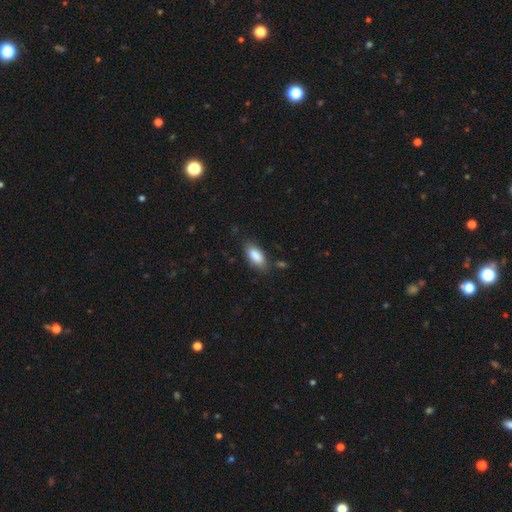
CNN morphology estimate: Q: Smooth or featured?
A: smooth (87%); runner-up: star or artifact (7%)
Q: How rounded?
A: in between (87%); runner-up: cigar-shaped (11%)
Q: Merging?
A: none (77%); runner-up: minor disturbance (17%)